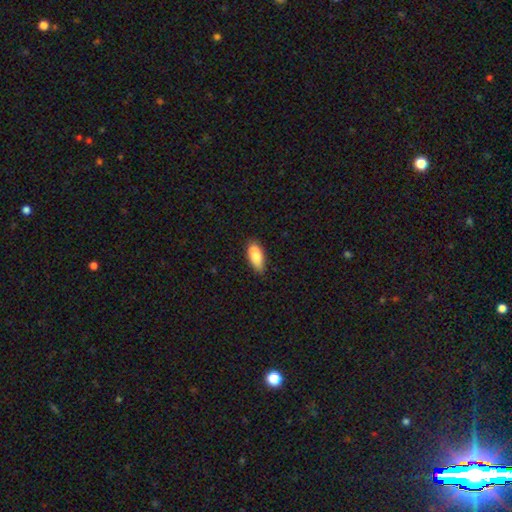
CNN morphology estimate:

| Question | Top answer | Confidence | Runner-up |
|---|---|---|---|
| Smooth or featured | smooth | 82% | featured or disk (12%) |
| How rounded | in between | 80% | cigar-shaped (17%) |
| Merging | none | 81% | minor disturbance (15%) |